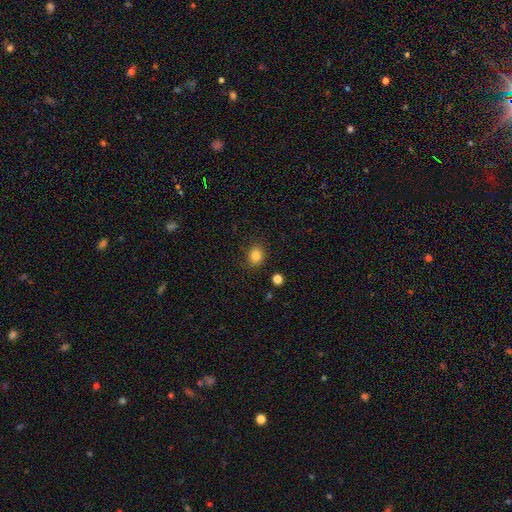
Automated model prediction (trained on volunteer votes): Smooth or featured? Predicted: smooth (p=0.83). How rounded? Predicted: round (p=0.64). Merging? Predicted: none (p=0.86).